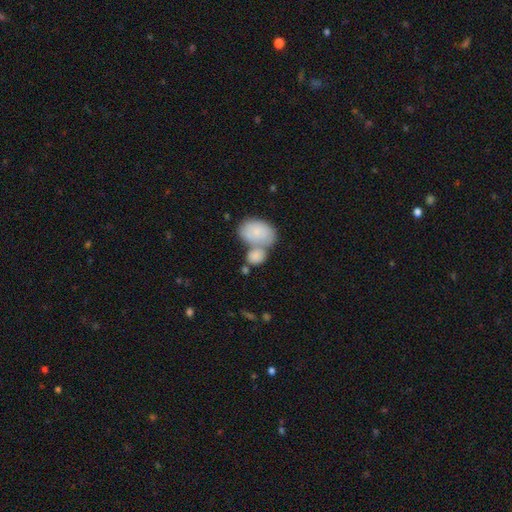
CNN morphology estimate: Smooth or featured? Predicted: smooth (p=0.77). How rounded? Predicted: in between (p=0.67). Merging? Predicted: merger (p=0.56).